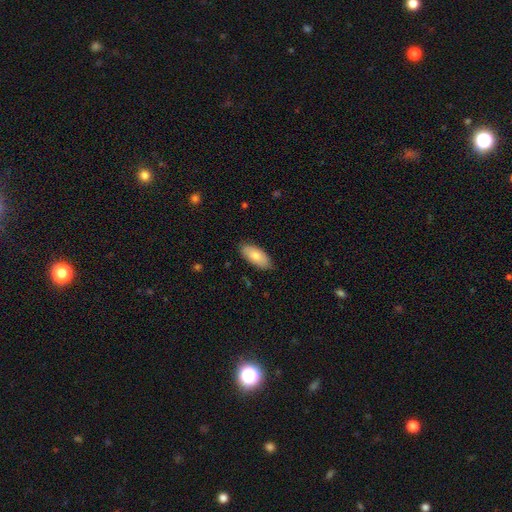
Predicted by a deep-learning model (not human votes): Q: Smooth or featured?
A: smooth (79%); runner-up: featured or disk (15%)
Q: How rounded?
A: in between (89%); runner-up: cigar-shaped (9%)
Q: Merging?
A: none (84%); runner-up: minor disturbance (13%)